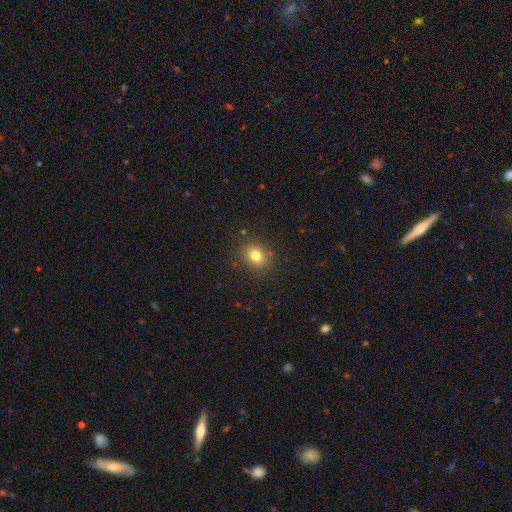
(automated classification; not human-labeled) Smooth or featured: smooth — 80% (star or artifact — 12%)
How rounded: round — 56% (in between — 43%)
Merging: none — 86% (minor disturbance — 9%)